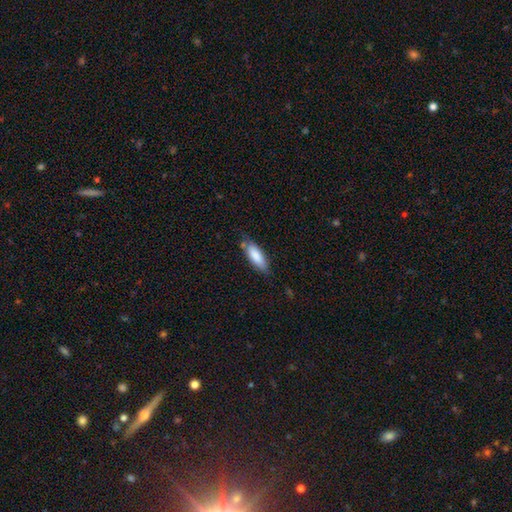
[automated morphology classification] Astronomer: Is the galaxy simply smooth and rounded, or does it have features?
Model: smooth — 84%.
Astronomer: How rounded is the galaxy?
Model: in between — 64%.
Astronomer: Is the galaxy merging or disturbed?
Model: none — 70%.